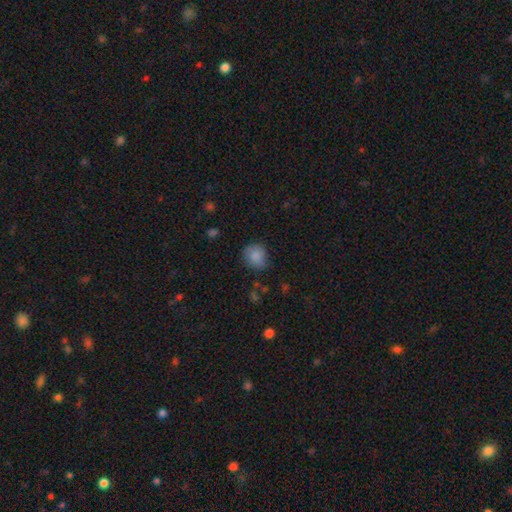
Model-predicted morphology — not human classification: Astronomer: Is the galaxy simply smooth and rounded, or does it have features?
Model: smooth — 84%.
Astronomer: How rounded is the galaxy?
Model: round — 77%.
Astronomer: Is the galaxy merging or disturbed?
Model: none — 72%.